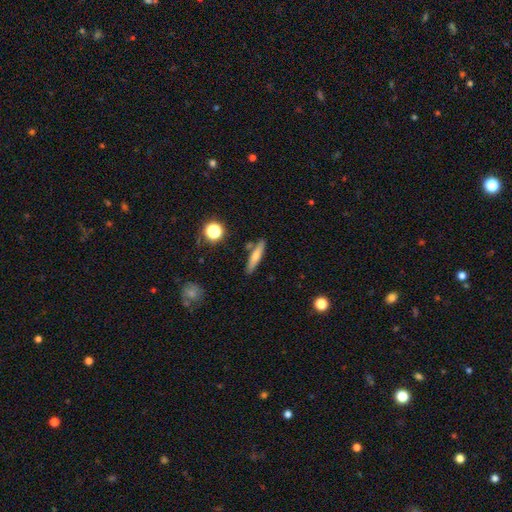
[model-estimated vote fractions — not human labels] A smooth galaxy with no disk features (62%) that is cigar-shaped (84%).

Vote fractions:
- Smooth or featured? smooth: 62% / featured or disk: 30% / star or artifact: 8%
- How rounded? cigar-shaped: 84% / in between: 13% / round: 3%
- Merging? none: 81% / minor disturbance: 11% / merger: 6% / major disturbance: 2%